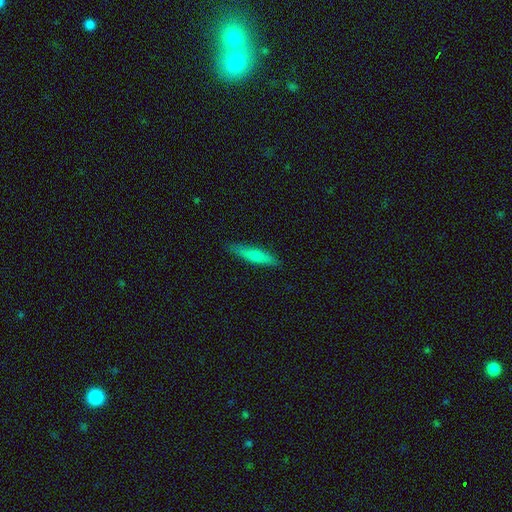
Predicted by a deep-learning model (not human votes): This is likely a smooth galaxy (72%). How rounded: clearly cigar-shaped (85%). Merging: clearly none (87%).